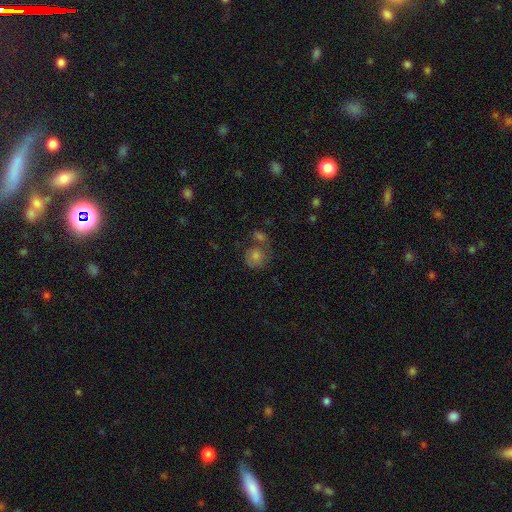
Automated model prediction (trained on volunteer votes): The model was most divided on "merging": none: 50%, merger: 27%, minor disturbance: 15%, major disturbance: 9%. More confident: how rounded — round (78%); smooth or featured — smooth (62%).